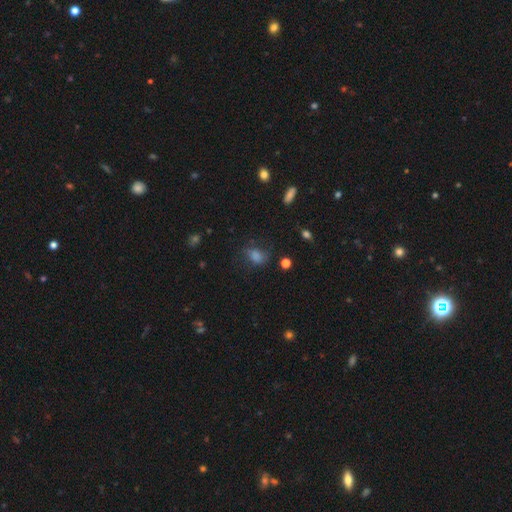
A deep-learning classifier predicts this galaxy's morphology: smooth_or_featured: smooth (p=0.62) [alt: star or artifact p=0.23]
how_rounded: in between (p=0.70) [alt: round p=0.27]
merging: none (p=0.61) [alt: minor disturbance p=0.22]